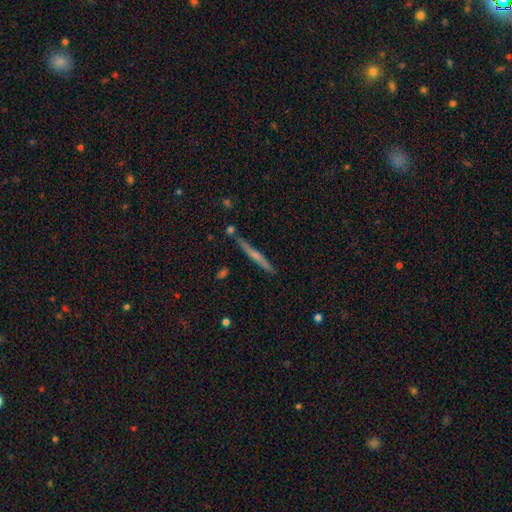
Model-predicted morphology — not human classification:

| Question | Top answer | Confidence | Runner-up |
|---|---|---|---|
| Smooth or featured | featured or disk | 59% | smooth (34%) |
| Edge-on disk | yes | 97% | no (3%) |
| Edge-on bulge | none | 47% | rounded (45%) |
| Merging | none | 86% | minor disturbance (9%) |